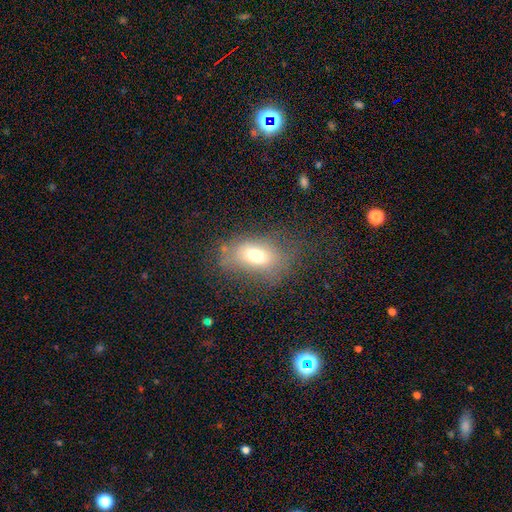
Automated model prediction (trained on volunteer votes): A smooth galaxy with no disk features (68%) that is in between round and cigar-shaped (82%). Merging: none (54%).